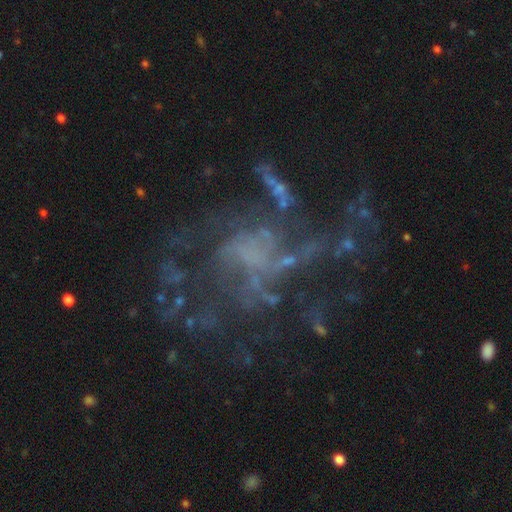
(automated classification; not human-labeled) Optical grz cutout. It shows a featured or disk galaxy (73%) with no bar (71%), spiral arms (69%) and no central bulge (60%). Merging: none (44%).